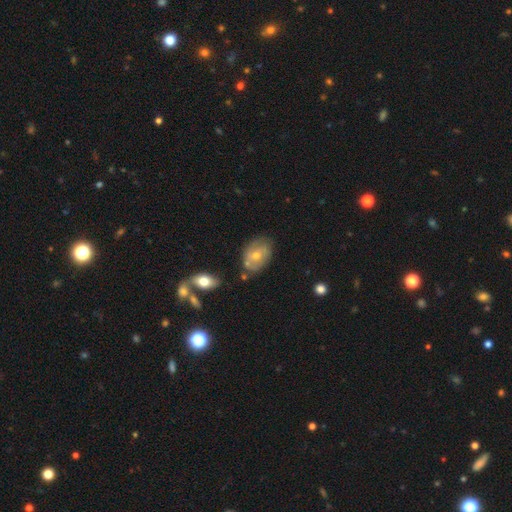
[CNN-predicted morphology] Smooth or featured?
  - featured or disk: 50% *
  - smooth: 40%
  - star or artifact: 10%
Edge-on disk?
  - no: 92% *
  - yes: 8%
Merging?
  - none: 64% *
  - minor disturbance: 23%
  - merger: 7%
  - major disturbance: 6%